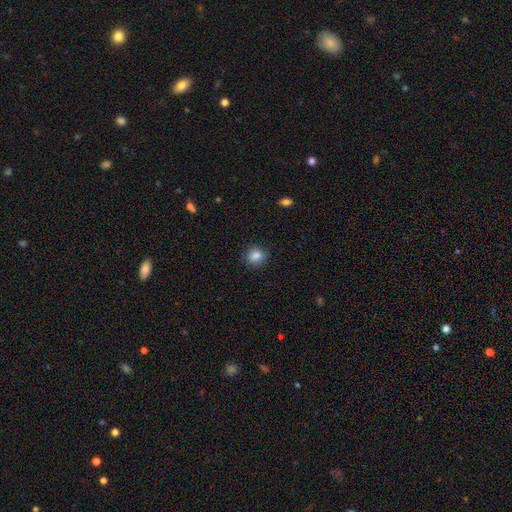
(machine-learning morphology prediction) Smooth or featured? smooth (85%)
How rounded? round (76%)
Merging? none (88%)